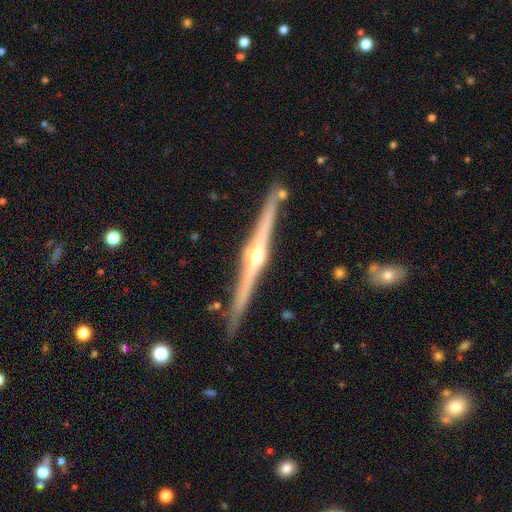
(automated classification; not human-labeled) Smooth or featured?
  - featured or disk: 85% *
  - smooth: 11%
  - star or artifact: 5%
Edge-on disk?
  - yes: 98% *
  - no: 2%
Edge-on bulge?
  - rounded: 93% *
  - none: 4%
  - boxy: 4%
Merging?
  - none: 86% *
  - minor disturbance: 10%
  - merger: 3%
  - major disturbance: 2%